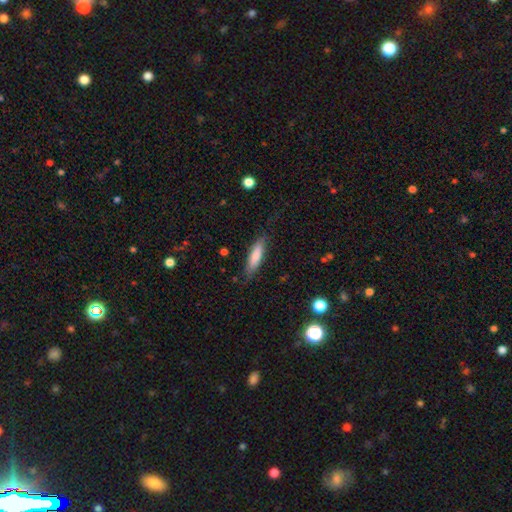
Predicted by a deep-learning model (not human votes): smooth_or_featured: smooth (p=0.77) [alt: featured or disk p=0.17]
how_rounded: cigar-shaped (p=0.63) [alt: in between p=0.35]
merging: none (p=0.80) [alt: minor disturbance p=0.15]